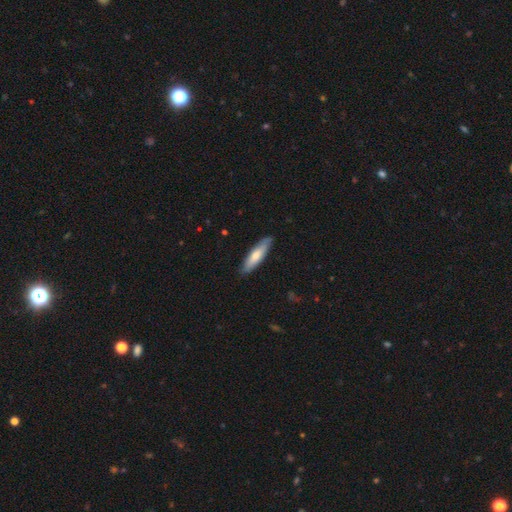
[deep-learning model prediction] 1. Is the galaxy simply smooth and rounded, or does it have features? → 67% smooth, 28% featured or disk, 5% star or artifact.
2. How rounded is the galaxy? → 70% cigar-shaped, 29% in between, 1% round.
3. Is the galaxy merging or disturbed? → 87% none, 10% minor disturbance, 2% major disturbance, 1% merger.